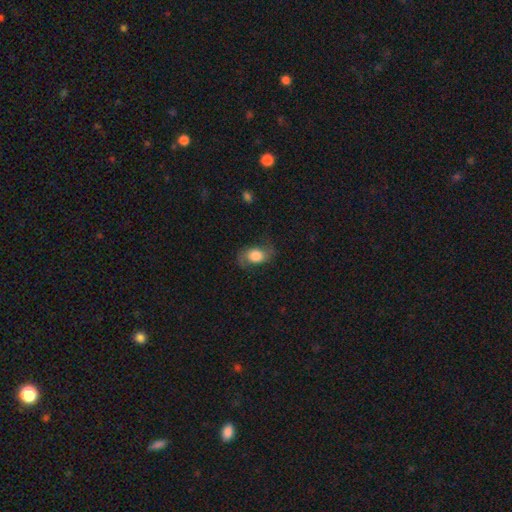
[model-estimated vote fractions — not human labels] Q: Smooth or featured?
A: smooth (59%); runner-up: featured or disk (33%)
Q: How rounded?
A: in between (73%); runner-up: round (25%)
Q: Merging?
A: none (65%); runner-up: minor disturbance (22%)